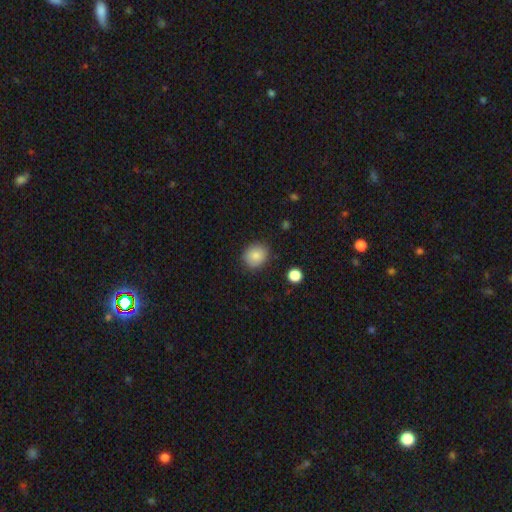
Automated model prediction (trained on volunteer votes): A smooth galaxy with no disk features (84%) that is round (77%).

Vote fractions:
- Smooth or featured? smooth: 84% / star or artifact: 9% / featured or disk: 6%
- How rounded? round: 77% / in between: 22% / cigar-shaped: 1%
- Merging? none: 86% / minor disturbance: 10% / major disturbance: 3% / merger: 2%